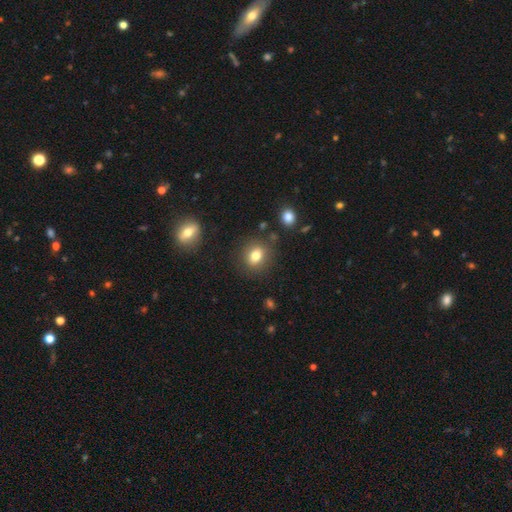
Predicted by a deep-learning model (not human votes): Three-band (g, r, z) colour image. It shows a smooth galaxy with no disk features (80%) that is round (56%). Merging: none (83%).